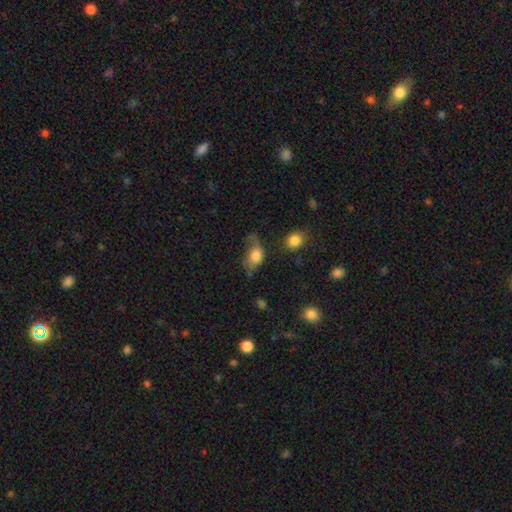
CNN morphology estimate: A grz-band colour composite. It shows a smooth galaxy with no disk features (70%) that is in between round and cigar-shaped (76%). Merging: none (36%).